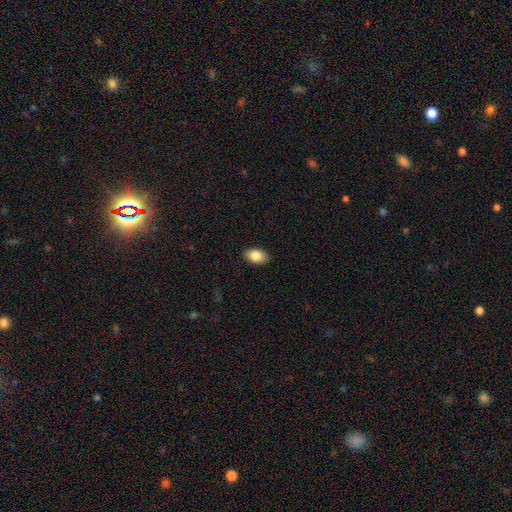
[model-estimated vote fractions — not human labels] A smooth galaxy with no disk features (84%) that is in between round and cigar-shaped (91%). Merging: none (89%).